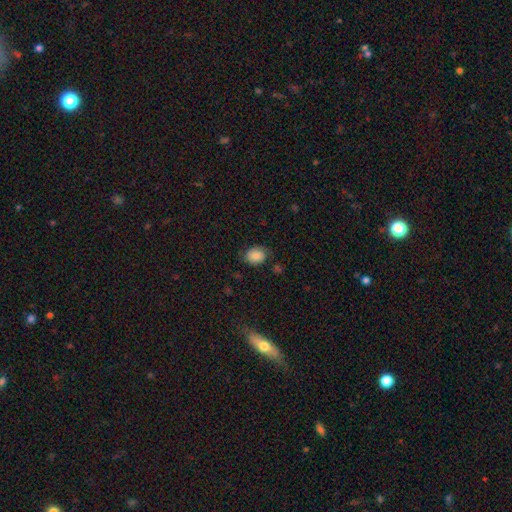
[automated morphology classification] smooth_or_featured: smooth (p=0.76) [alt: featured or disk p=0.15]
how_rounded: in between (p=0.56) [alt: round p=0.43]
merging: none (p=0.68) [alt: minor disturbance p=0.23]